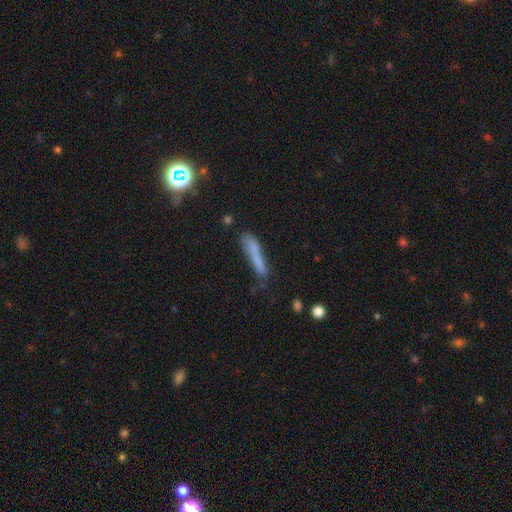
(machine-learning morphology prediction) Smooth or featured? smooth (70%)
How rounded? cigar-shaped (91%)
Merging? none (60%)